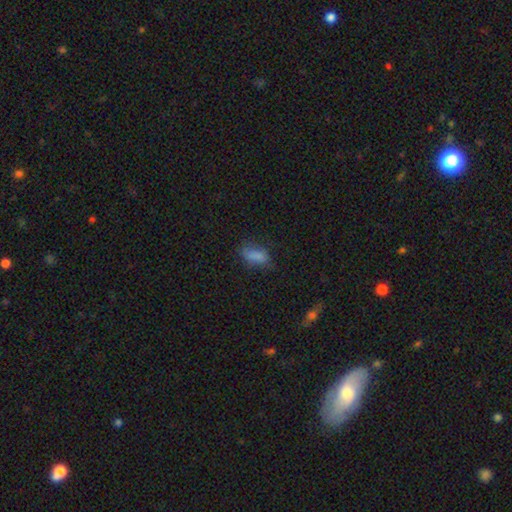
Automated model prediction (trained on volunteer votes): Smooth or featured?
  - smooth: 78% *
  - star or artifact: 12%
  - featured or disk: 11%
How rounded?
  - in between: 87% *
  - cigar-shaped: 8%
  - round: 5%
Merging?
  - none: 57% *
  - minor disturbance: 28%
  - major disturbance: 13%
  - merger: 3%